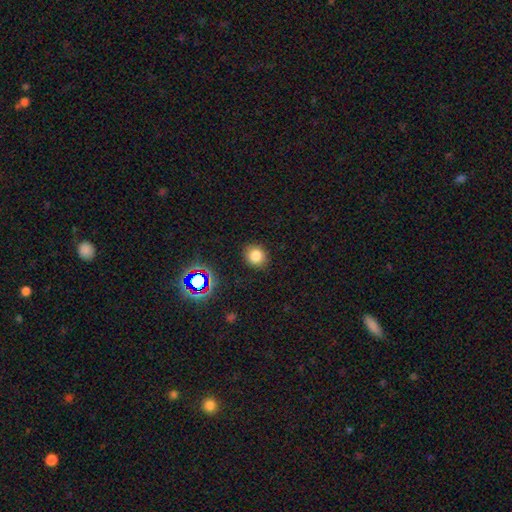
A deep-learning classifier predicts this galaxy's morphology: smooth-or-featured: smooth: 78% | star or artifact: 16% | featured or disk: 6%
  how-rounded: round: 79% | in between: 20% | cigar-shaped: 1%
  merging: none: 88% | minor disturbance: 9% | major disturbance: 3% | merger: 1%